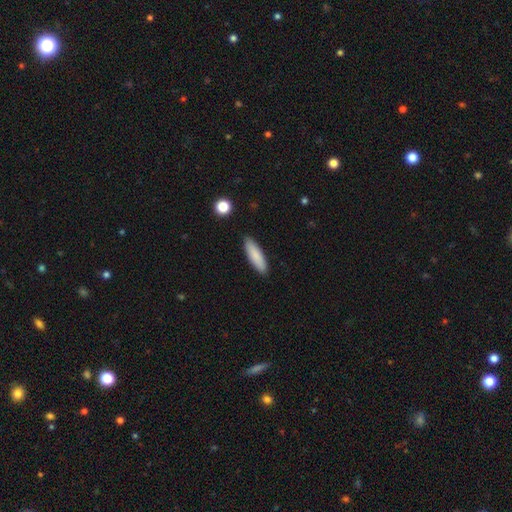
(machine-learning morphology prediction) smooth_or_featured: smooth (p=0.85) [alt: featured or disk p=0.10]
how_rounded: cigar-shaped (p=0.58) [alt: in between p=0.40]
merging: none (p=0.89) [alt: minor disturbance p=0.08]